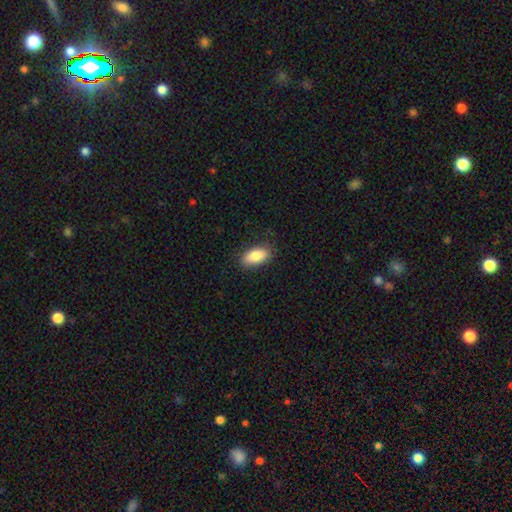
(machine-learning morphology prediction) The model was most divided on "merging": none: 83%, minor disturbance: 13%, major disturbance: 3%, merger: 1%. More confident: how rounded — in between (91%); smooth or featured — smooth (84%).